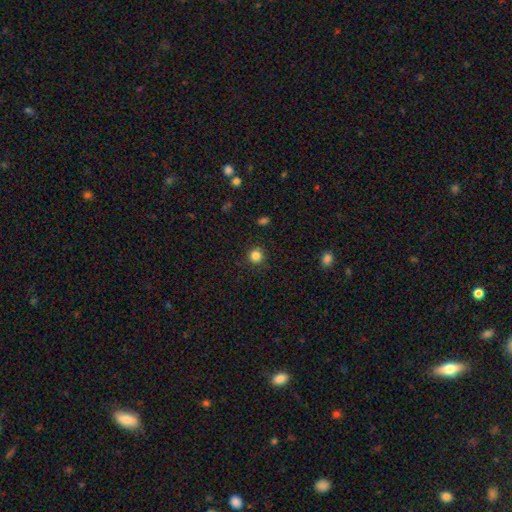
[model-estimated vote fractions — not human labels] This is clearly a smooth galaxy (84%). How rounded: clearly round (93%). Merging: clearly none (90%).